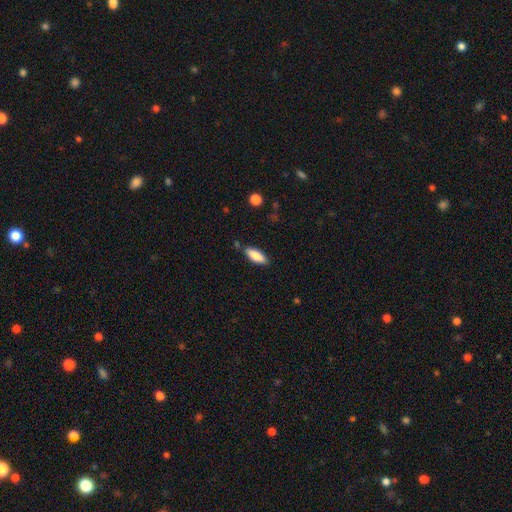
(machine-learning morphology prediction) The model was most divided on "how rounded": in between: 67%, cigar-shaped: 32%, round: 2%. More confident: merging — none (83%); smooth or featured — smooth (82%).